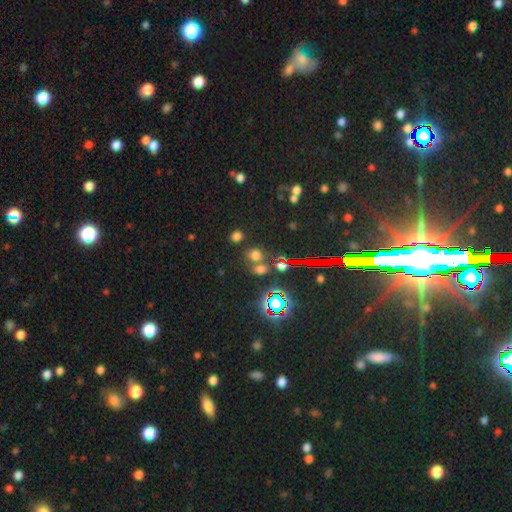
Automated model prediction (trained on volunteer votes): The model was most divided on "smooth or featured": smooth: 62%, star or artifact: 30%, featured or disk: 8%. More confident: how rounded — round (76%); merging — none (65%).